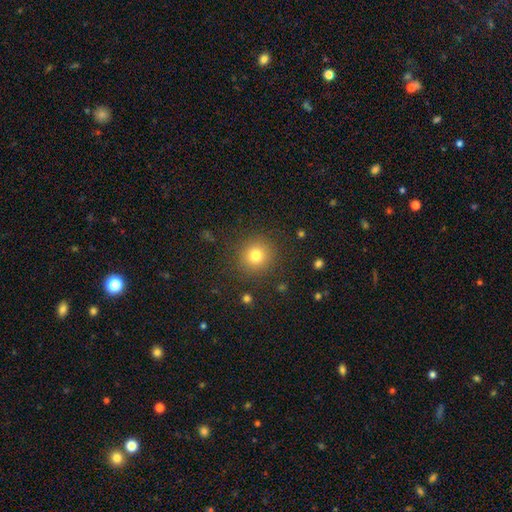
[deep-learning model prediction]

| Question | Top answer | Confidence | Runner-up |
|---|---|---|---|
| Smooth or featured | smooth | 79% | star or artifact (13%) |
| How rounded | round | 92% | in between (7%) |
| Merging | none | 88% | minor disturbance (7%) |